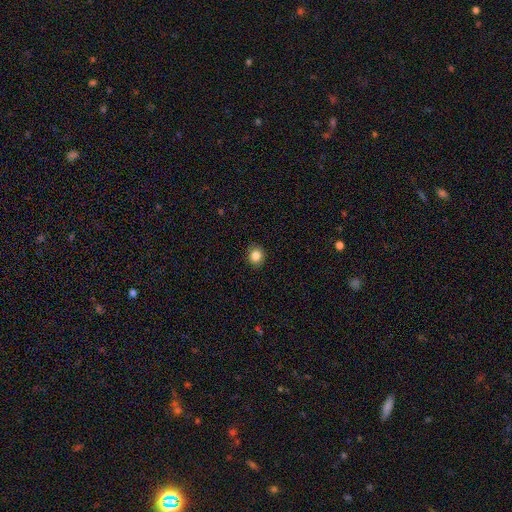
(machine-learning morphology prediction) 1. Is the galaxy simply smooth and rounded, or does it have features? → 85% smooth, 10% star or artifact, 5% featured or disk.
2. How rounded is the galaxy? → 69% round, 30% in between, 1% cigar-shaped.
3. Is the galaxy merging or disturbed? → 89% none, 8% minor disturbance, 2% major disturbance, 1% merger.